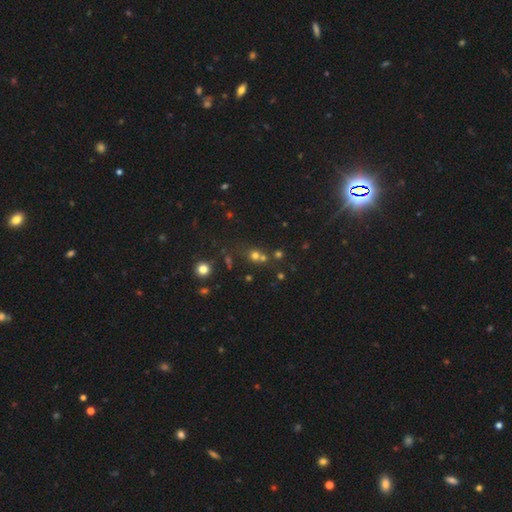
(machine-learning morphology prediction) Smooth or featured: smooth — 56% (star or artifact — 32%)
How rounded: round — 84% (in between — 15%)
Merging: none — 56% (merger — 31%)